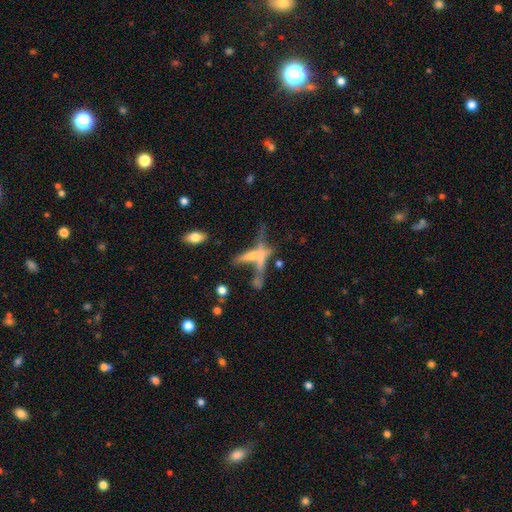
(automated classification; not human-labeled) Smooth or featured?
  - featured or disk: 51% *
  - smooth: 35%
  - star or artifact: 14%
Edge-on disk?
  - yes: 70% *
  - no: 30%
Merging?
  - merger: 39% *
  - none: 33%
  - major disturbance: 16%
  - minor disturbance: 13%